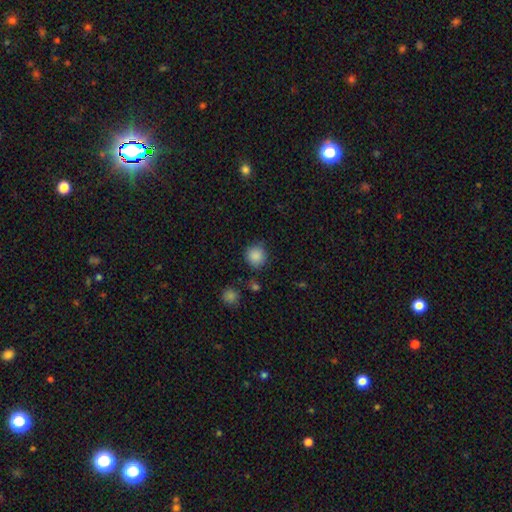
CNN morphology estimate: Smooth or featured: smooth — 87% (star or artifact — 10%)
How rounded: round — 92% (in between — 7%)
Merging: none — 84% (minor disturbance — 10%)